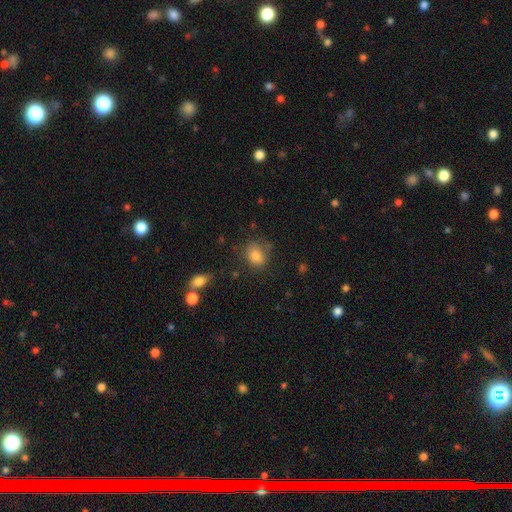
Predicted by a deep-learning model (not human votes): Overall: smooth (81%). How rounded: round (59%; in between 40%). Merging: none (66%).